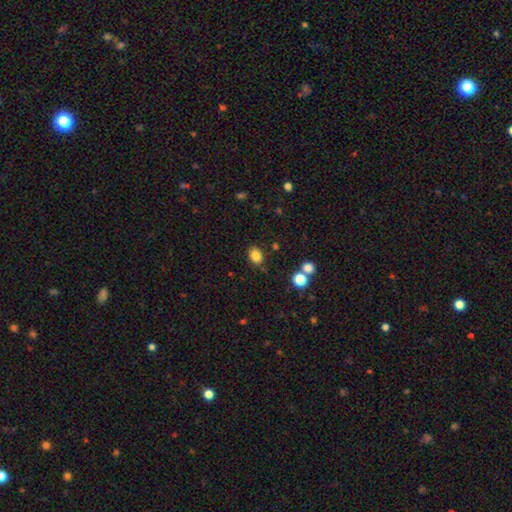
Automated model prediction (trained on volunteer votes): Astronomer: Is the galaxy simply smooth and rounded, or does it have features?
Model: smooth — 83%.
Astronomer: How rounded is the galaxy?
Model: in between — 55% (runner-up: round, 44%).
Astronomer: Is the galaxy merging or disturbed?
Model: none — 81%.